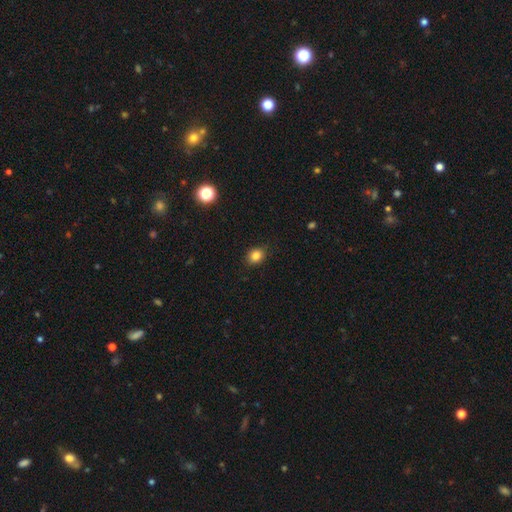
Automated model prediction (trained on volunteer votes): This is clearly a smooth galaxy (83%). How rounded: possibly round (58%). Merging: clearly none (88%).